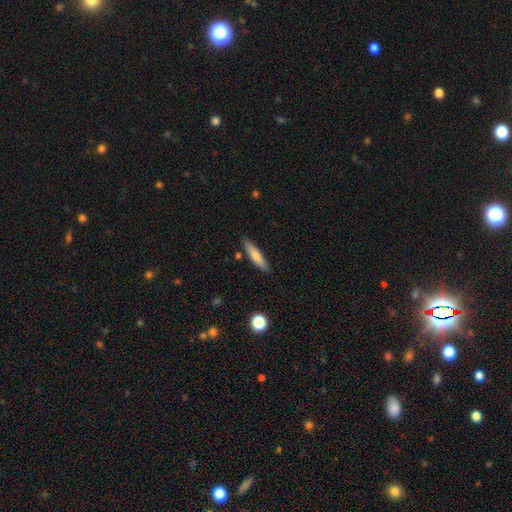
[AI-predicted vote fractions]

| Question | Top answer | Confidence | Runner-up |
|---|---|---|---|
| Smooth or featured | smooth | 74% | featured or disk (20%) |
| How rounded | cigar-shaped | 83% | in between (15%) |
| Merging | none | 86% | minor disturbance (9%) |